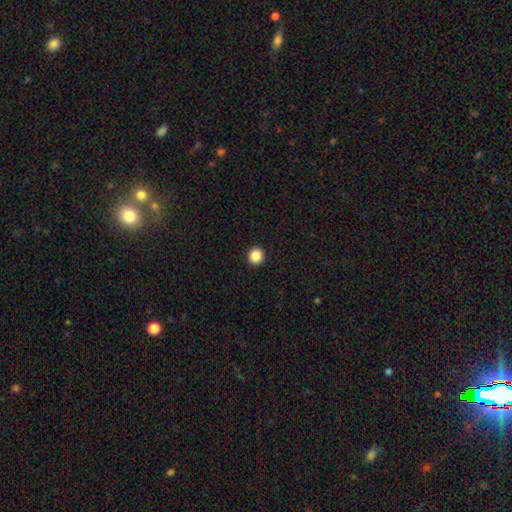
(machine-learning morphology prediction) smooth 87%, star or artifact 10%, featured or disk 3%. Down the decision tree: how rounded — round (95%); merging — none (94%).